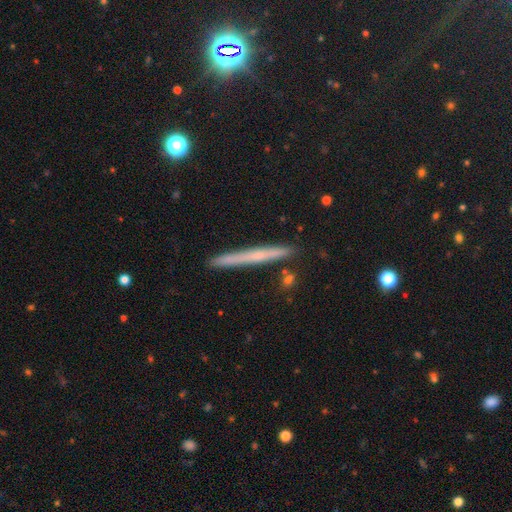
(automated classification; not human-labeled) Smooth or featured? featured or disk (49%)
Merging? none (89%)